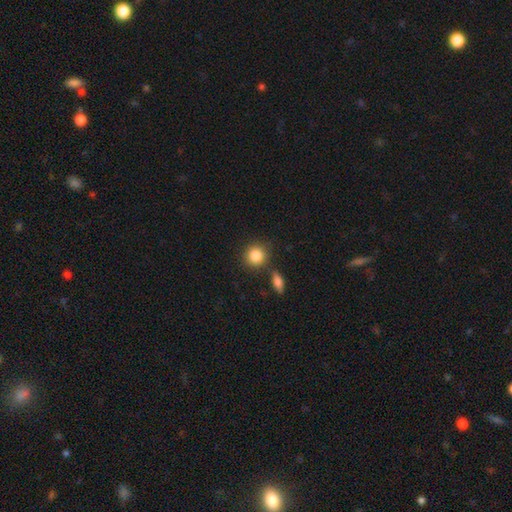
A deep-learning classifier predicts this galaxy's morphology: type=smooth (86%); roundness=round (87%); merging=none (77%).